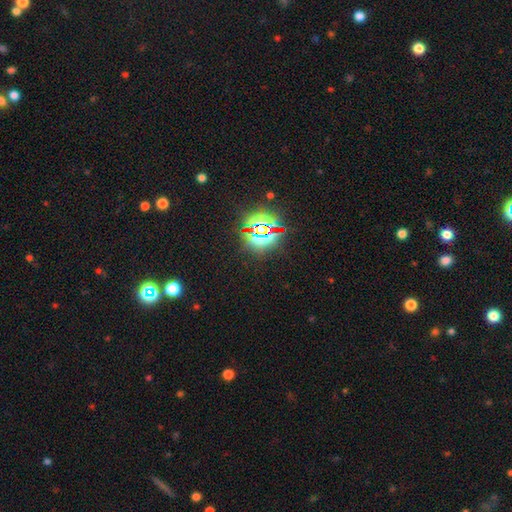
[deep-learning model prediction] Smooth or featured? star or artifact (82%)